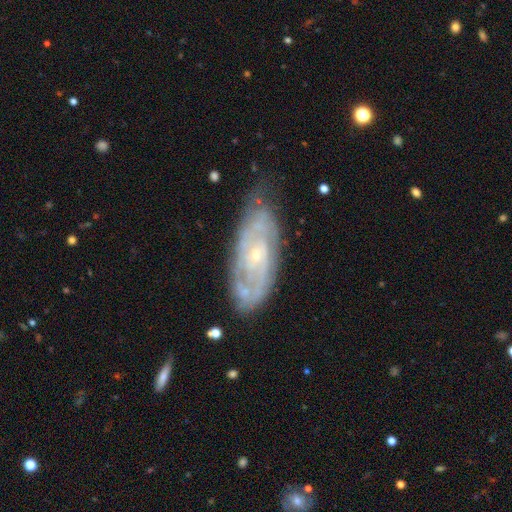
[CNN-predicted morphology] Smooth or featured? Predicted: featured or disk (p=0.81). Edge-on disk? Predicted: no (p=0.91). Bar? Predicted: no (p=0.71). Spiral arms? Predicted: yes (p=0.91). Spiral winding? Predicted: tight (p=0.65). Spiral arm count? Predicted: can't tell (p=0.42). Bulge size? Predicted: small (p=0.79). Merging? Predicted: none (p=0.66).